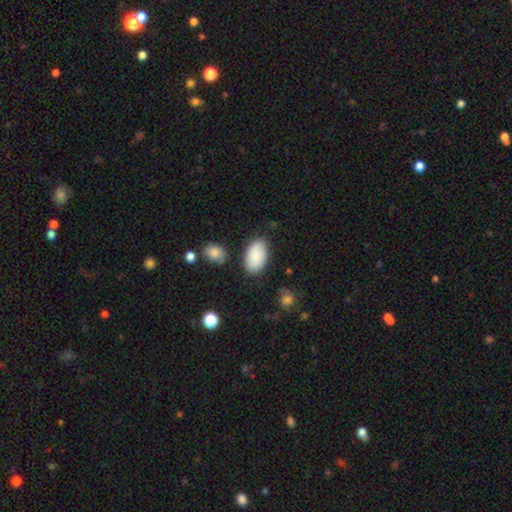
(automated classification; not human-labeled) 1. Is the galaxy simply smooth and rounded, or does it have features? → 85% smooth, 8% featured or disk, 6% star or artifact.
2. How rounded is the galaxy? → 94% in between, 4% round, 1% cigar-shaped.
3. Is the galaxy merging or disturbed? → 80% none, 13% minor disturbance, 3% merger, 3% major disturbance.